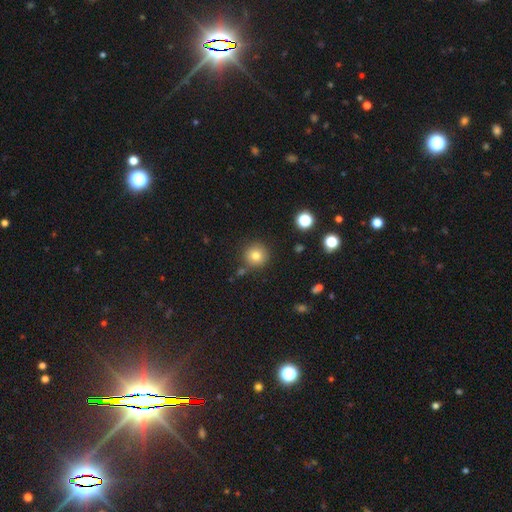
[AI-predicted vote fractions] Smooth or featured? smooth (79%)
How rounded? round (94%)
Merging? none (82%)